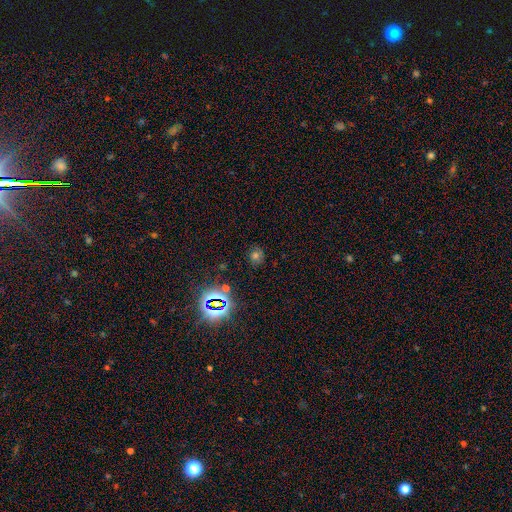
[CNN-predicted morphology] The model was most divided on "smooth or featured": smooth: 45%, star or artifact: 44%, featured or disk: 11%. More confident: merging — none (84%).